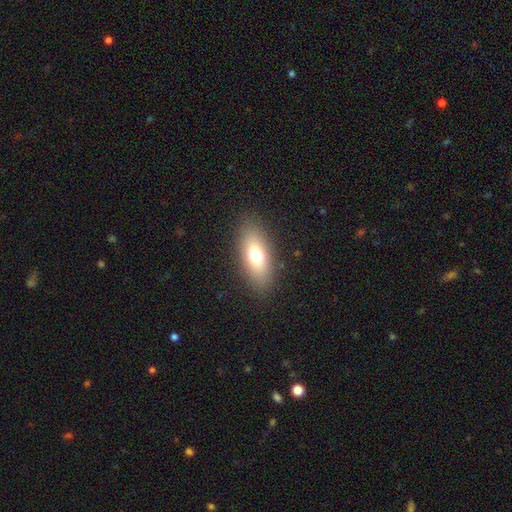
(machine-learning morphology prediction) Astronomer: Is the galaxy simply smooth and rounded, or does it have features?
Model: smooth — 69%.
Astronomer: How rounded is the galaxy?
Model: in between — 76%.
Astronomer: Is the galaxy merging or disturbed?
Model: none — 87%.